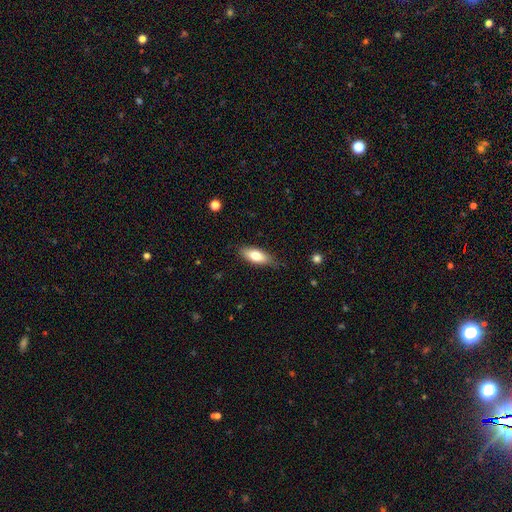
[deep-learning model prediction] Smooth or featured? Predicted: smooth (p=0.75). How rounded? Predicted: in between (p=0.76). Merging? Predicted: none (p=0.78).